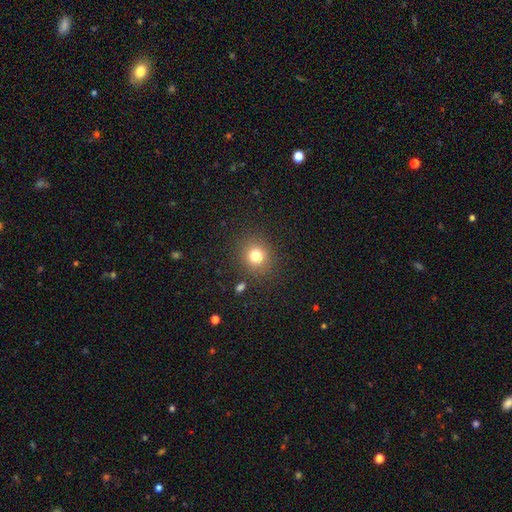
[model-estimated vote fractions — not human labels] Smooth or featured: smooth — 79% (star or artifact — 14%)
How rounded: round — 87% (in between — 12%)
Merging: none — 86% (minor disturbance — 8%)